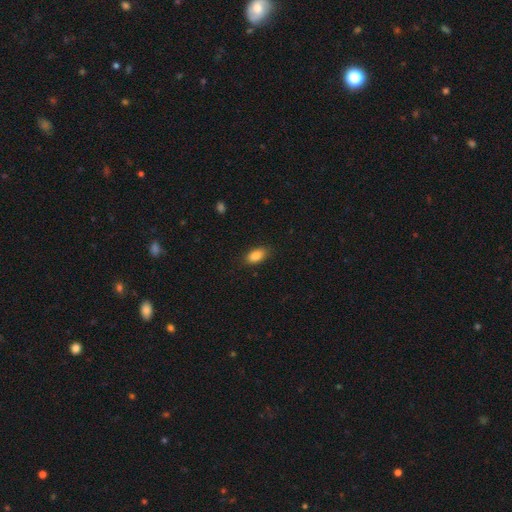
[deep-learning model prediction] smooth 87%, star or artifact 8%, featured or disk 5%. Down the decision tree: how rounded — in between (91%); merging — none (85%).